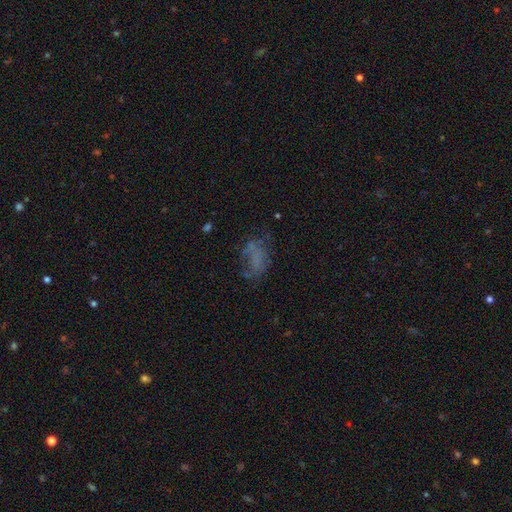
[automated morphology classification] smooth_or_featured: smooth (p=0.42) [alt: featured or disk p=0.37]
merging: none (p=0.43) [alt: major disturbance p=0.30]